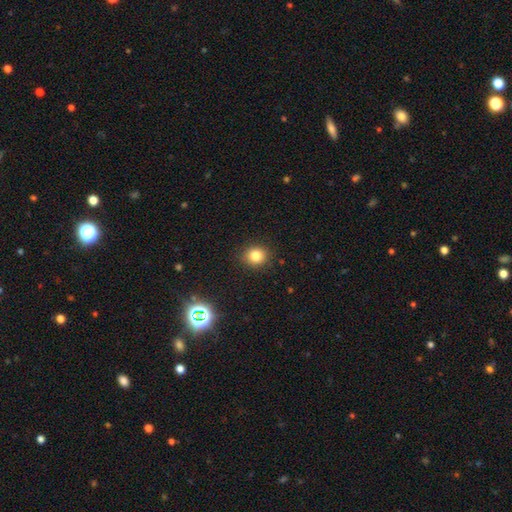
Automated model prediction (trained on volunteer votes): Smooth or featured?
  - smooth: 81% *
  - star or artifact: 13%
  - featured or disk: 6%
How rounded?
  - round: 82% *
  - in between: 17%
  - cigar-shaped: 1%
Merging?
  - none: 89% *
  - minor disturbance: 8%
  - major disturbance: 2%
  - merger: 1%